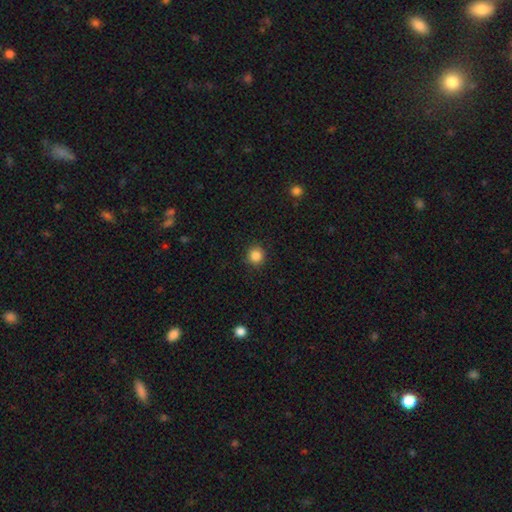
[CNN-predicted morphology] Smooth or featured?
  - smooth: 86% *
  - star or artifact: 11%
  - featured or disk: 4%
How rounded?
  - round: 93% *
  - in between: 6%
  - cigar-shaped: 1%
Merging?
  - none: 91% *
  - minor disturbance: 6%
  - major disturbance: 2%
  - merger: 1%